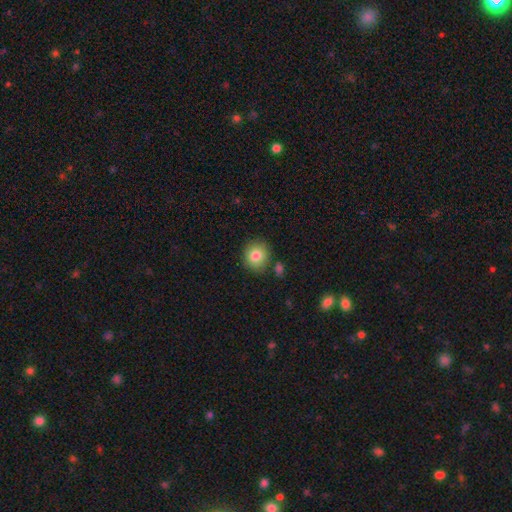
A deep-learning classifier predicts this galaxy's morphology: This appears to be a smooth galaxy with no disk features (82%) that is round (84%). Merging: none (82%).